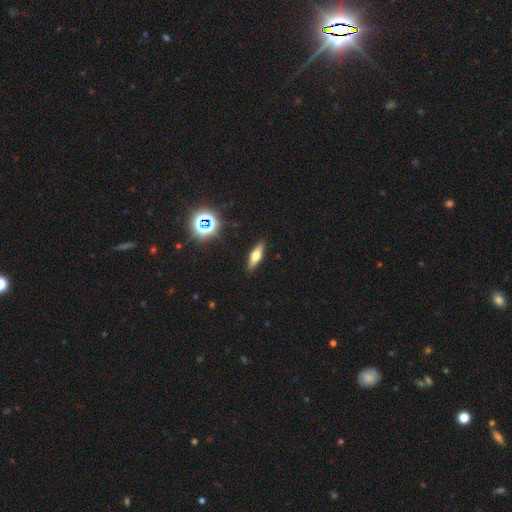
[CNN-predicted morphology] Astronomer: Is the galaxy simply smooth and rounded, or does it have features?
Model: smooth — 46% (runner-up: featured or disk, 42%).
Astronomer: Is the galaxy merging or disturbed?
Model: none — 89%.